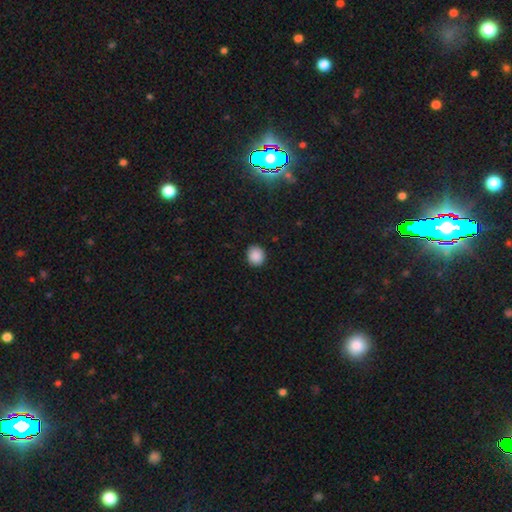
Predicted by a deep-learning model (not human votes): This appears to be a smooth galaxy with no disk features (88%) that is round (86%). Merging: none (91%).